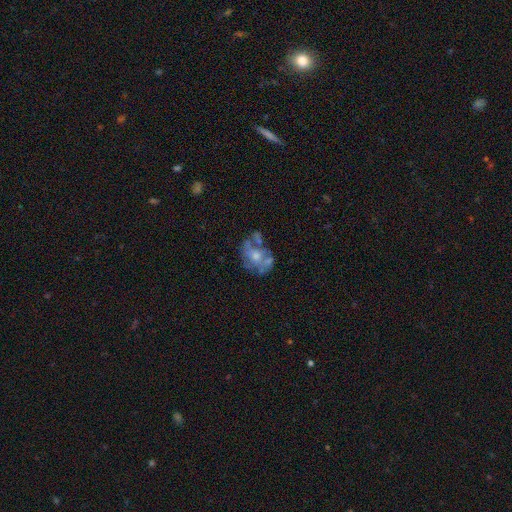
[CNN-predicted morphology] smooth-or-featured: featured or disk: 66% | smooth: 23% | star or artifact: 12%
  disk-edge-on: no: 97% | yes: 3%
    bar: no: 85% | weak: 13% | strong: 3%
    has-spiral-arms: no: 67% | yes: 33%
    bulge-size: moderate: 55% | small: 32% | none: 7% | large: 4% | dominant: 1%
  merging: none: 47% | minor disturbance: 20% | major disturbance: 17% | merger: 15%